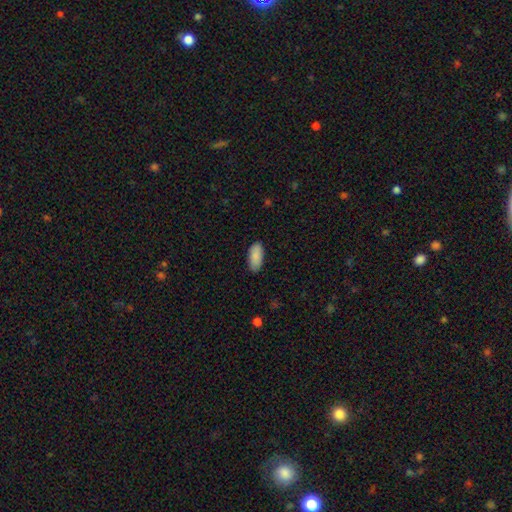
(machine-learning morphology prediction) smooth 89%, star or artifact 6%, featured or disk 5%. Down the decision tree: how rounded — in between (92%); merging — none (86%).